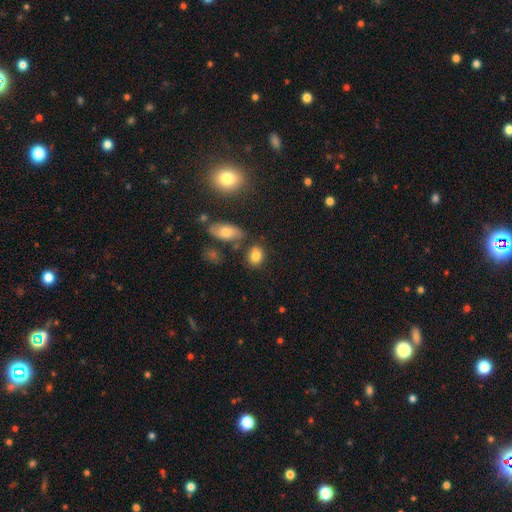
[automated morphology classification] Smooth or featured?
  - smooth: 83% *
  - star or artifact: 9%
  - featured or disk: 8%
How rounded?
  - in between: 60% *
  - round: 38%
  - cigar-shaped: 2%
Merging?
  - none: 73% *
  - minor disturbance: 13%
  - merger: 10%
  - major disturbance: 4%